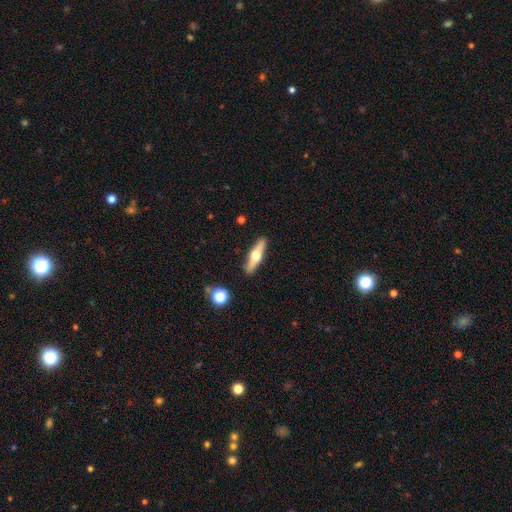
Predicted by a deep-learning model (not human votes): Smooth or featured?
  - featured or disk: 56% *
  - smooth: 38%
  - star or artifact: 6%
Edge-on disk?
  - yes: 92% *
  - no: 8%
Edge-on bulge?
  - rounded: 95% *
  - boxy: 3%
  - none: 2%
Merging?
  - none: 88% *
  - minor disturbance: 8%
  - merger: 2%
  - major disturbance: 2%